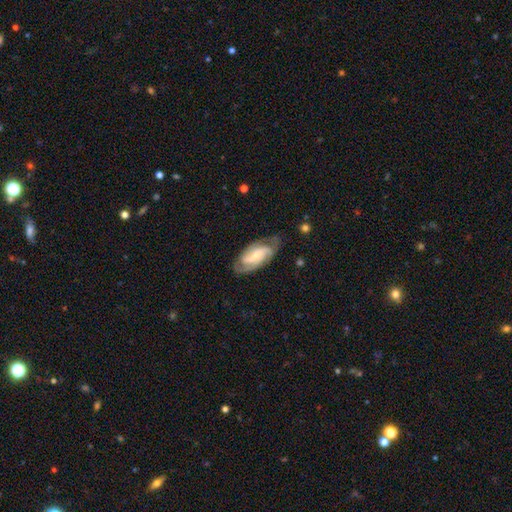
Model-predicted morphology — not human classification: A featured or disk galaxy (78%) with a weak bar (43%), 2 (61%) medium (46%) spiral arms (95%) and a small central bulge (54%). Merging: none (71%).